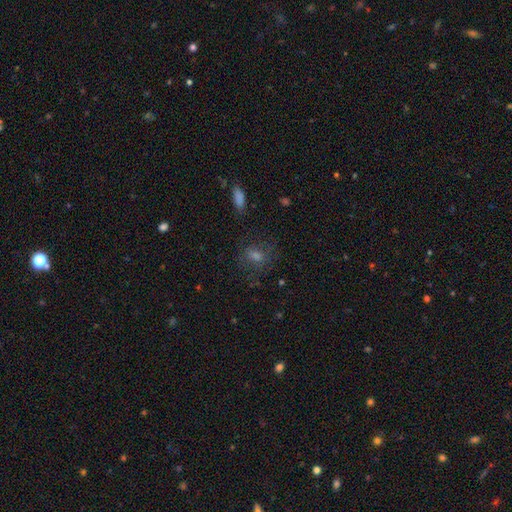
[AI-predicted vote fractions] A smooth galaxy with no disk features (51%) that is round (54%). Merging: none (72%).